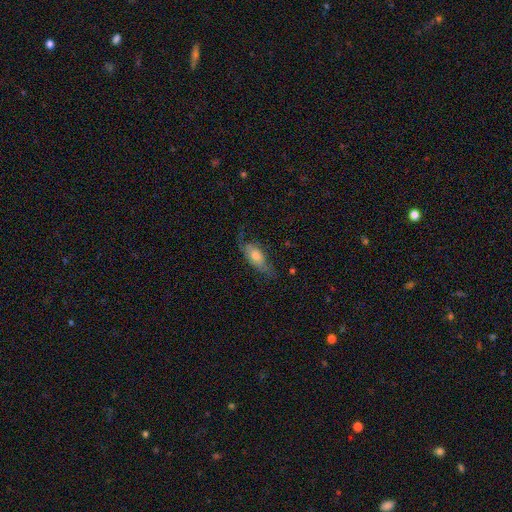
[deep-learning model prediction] A smooth galaxy with no disk features (53%) that is in between round and cigar-shaped (74%). Merging: none (56%).